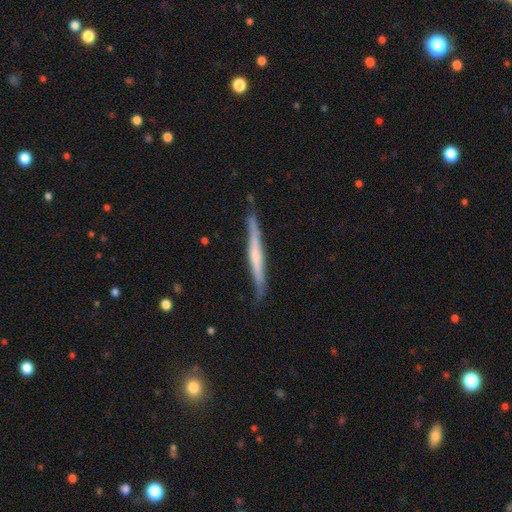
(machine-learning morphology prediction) Q: Smooth or featured?
A: featured or disk (56%); runner-up: smooth (39%)
Q: Edge-on disk?
A: yes (96%); runner-up: no (4%)
Q: Edge-on bulge?
A: none (53%); runner-up: rounded (33%)
Q: Merging?
A: none (81%); runner-up: minor disturbance (15%)